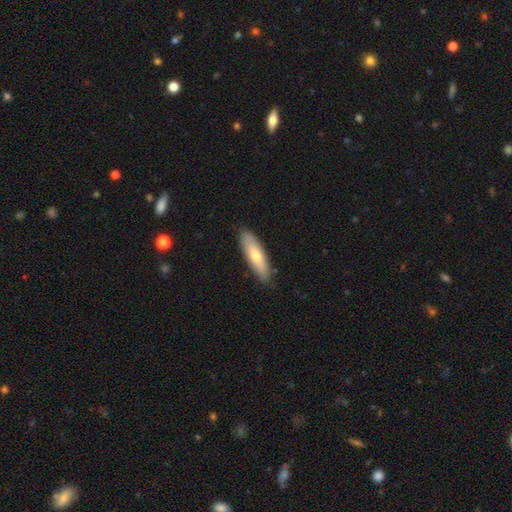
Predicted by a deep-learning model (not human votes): Q: Smooth or featured?
A: smooth (67%); runner-up: featured or disk (27%)
Q: How rounded?
A: cigar-shaped (51%); runner-up: in between (47%)
Q: Merging?
A: none (84%); runner-up: minor disturbance (13%)